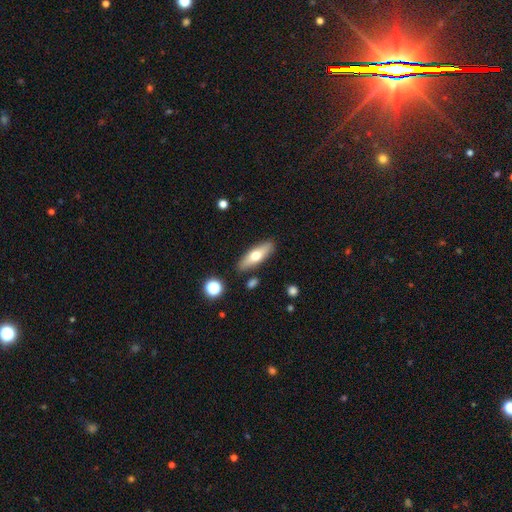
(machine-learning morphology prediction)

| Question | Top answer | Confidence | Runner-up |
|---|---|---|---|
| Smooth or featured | smooth | 61% | featured or disk (33%) |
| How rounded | in between | 53% | cigar-shaped (44%) |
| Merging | none | 86% | minor disturbance (9%) |